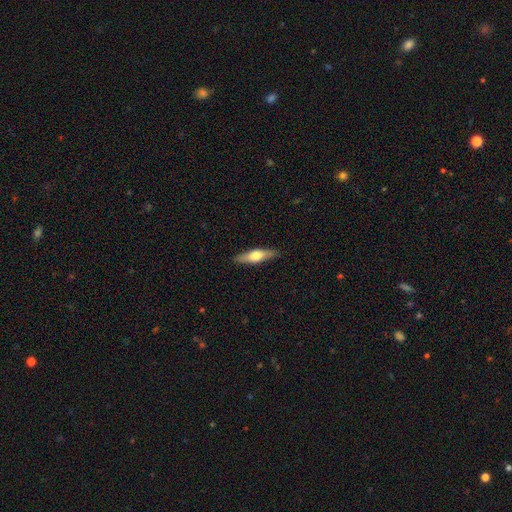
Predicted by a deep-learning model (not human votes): Overall: smooth (49%; featured or disk 45%). Merging: none (89%).